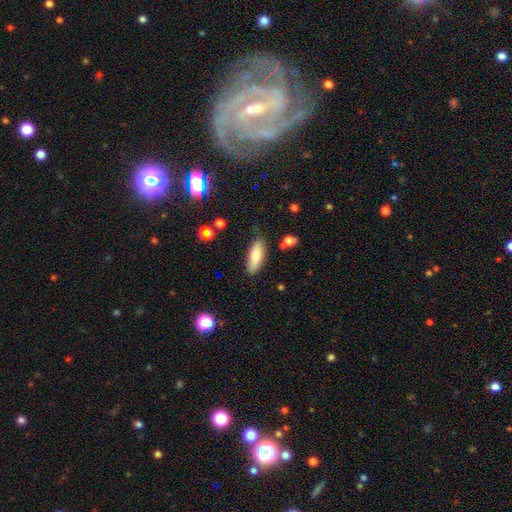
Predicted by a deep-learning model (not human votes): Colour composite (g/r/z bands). It shows a smooth galaxy with no disk features (79%) that is in between round and cigar-shaped (70%). Merging: none (81%).